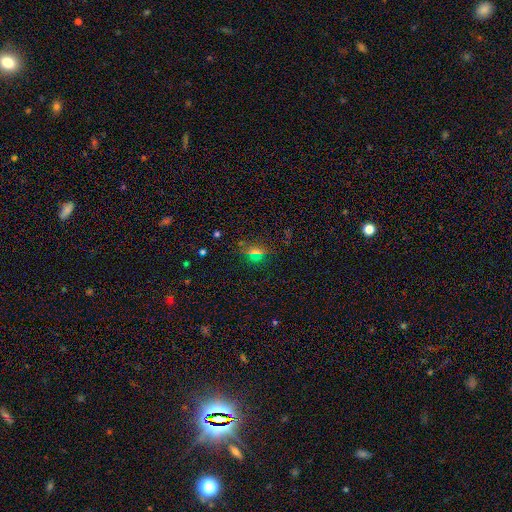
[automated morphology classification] Smooth or featured? smooth (50%)
Merging? none (82%)